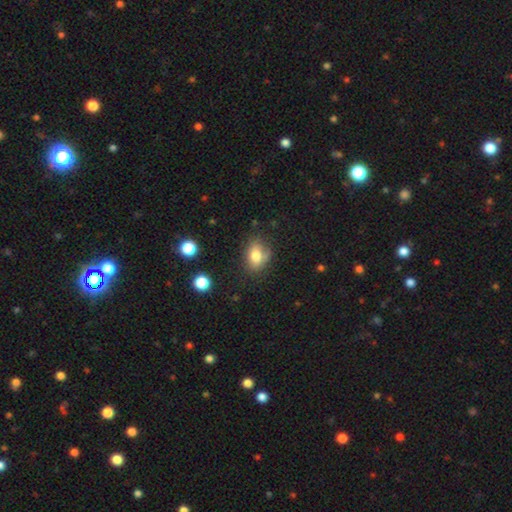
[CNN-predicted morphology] Smooth or featured? smooth (76%)
How rounded? in between (73%)
Merging? none (64%)